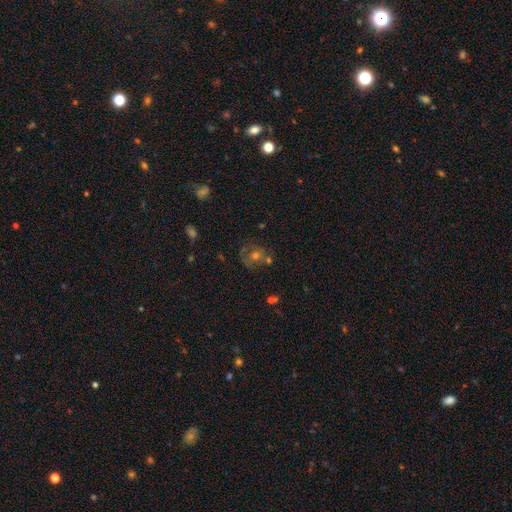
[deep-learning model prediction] Smooth or featured? smooth (41%)
Merging? none (61%)